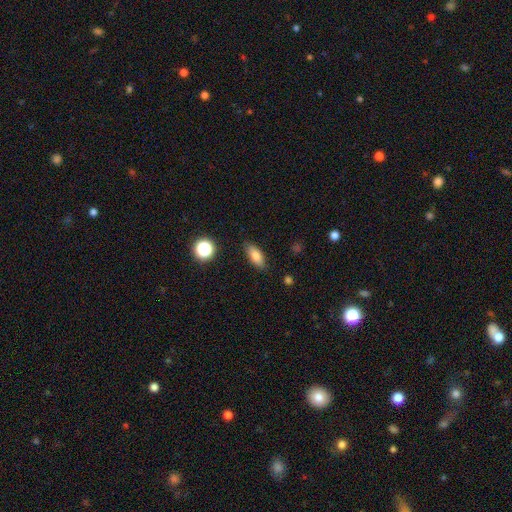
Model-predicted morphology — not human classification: smooth 80%, featured or disk 11%, star or artifact 9%. Down the decision tree: how rounded — in between (77%); merging — none (86%).